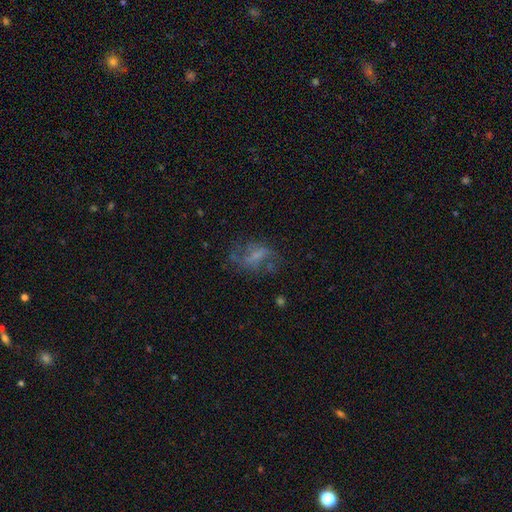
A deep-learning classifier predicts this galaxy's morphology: Q: Smooth or featured?
A: featured or disk (56%); runner-up: smooth (30%)
Q: Edge-on disk?
A: no (96%); runner-up: yes (4%)
Q: Bar?
A: no (43%); runner-up: weak (40%)
Q: Spiral arms?
A: yes (63%); runner-up: no (37%)
Q: Bulge size?
A: none (53%); runner-up: small (26%)
Q: Merging?
A: none (50%); runner-up: major disturbance (26%)